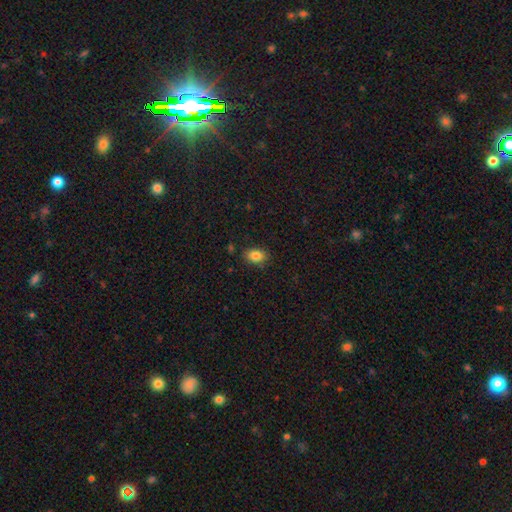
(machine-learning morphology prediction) Smooth or featured?
  - smooth: 84% *
  - star or artifact: 9%
  - featured or disk: 7%
How rounded?
  - in between: 78% *
  - round: 21%
  - cigar-shaped: 1%
Merging?
  - none: 85% *
  - minor disturbance: 10%
  - major disturbance: 2%
  - merger: 2%